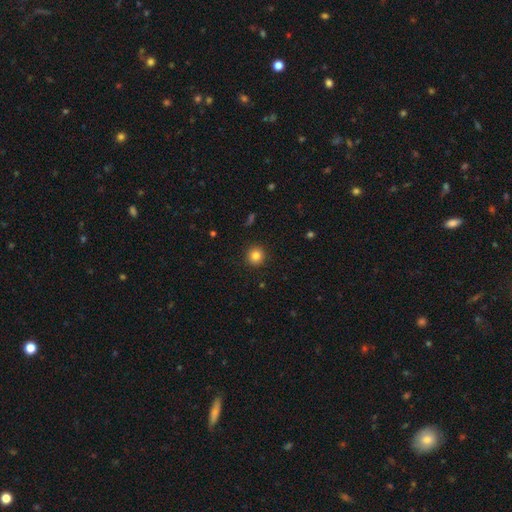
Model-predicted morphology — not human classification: A smooth galaxy with no disk features (83%) that is round (94%). Merging: none (92%).